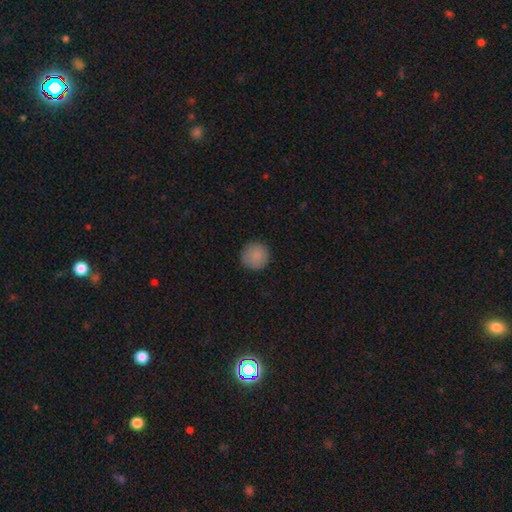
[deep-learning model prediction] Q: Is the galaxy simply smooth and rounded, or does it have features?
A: smooth — 87%.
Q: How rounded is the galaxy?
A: round — 95%.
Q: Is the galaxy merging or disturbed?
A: none — 90%.